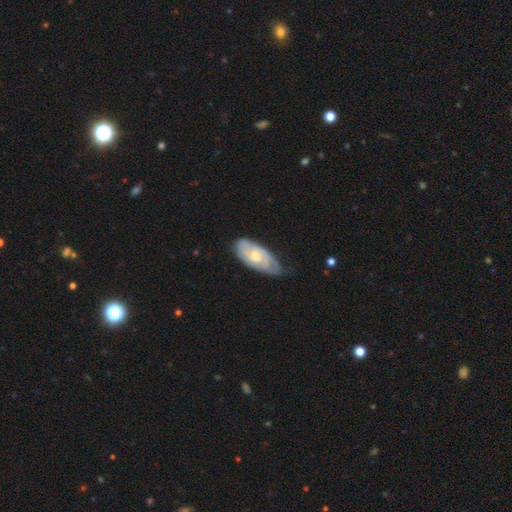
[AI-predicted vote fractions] A featured or disk galaxy (65%) with no bar (57%), spiral arms (83%) and a moderate central bulge (58%).

Vote fractions:
- Smooth or featured? featured or disk: 65% / smooth: 30% / star or artifact: 5%
- Edge-on disk? no: 92% / yes: 8%
- Bar? no: 57% / weak: 37% / strong: 6%
- Spiral arms? yes: 83% / no: 17%
- Bulge size? moderate: 58% / small: 37% / large: 3% / none: 2% / dominant: 1%
- Merging? none: 50% / minor disturbance: 38% / major disturbance: 10% / merger: 2%